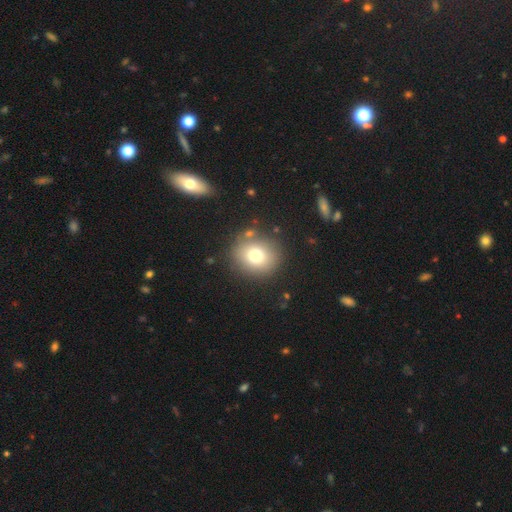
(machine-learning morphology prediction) The model was most divided on "smooth or featured": smooth: 75%, star or artifact: 13%, featured or disk: 13%. More confident: merging — none (84%); how rounded — round (84%).